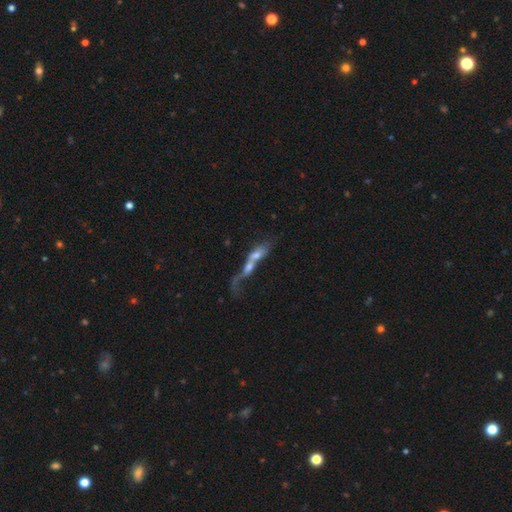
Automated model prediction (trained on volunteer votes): Smooth or featured? Predicted: featured or disk (p=0.46). Merging? Predicted: merger (p=0.73).